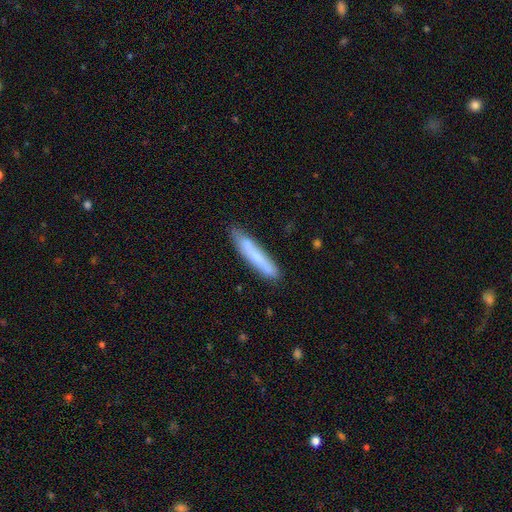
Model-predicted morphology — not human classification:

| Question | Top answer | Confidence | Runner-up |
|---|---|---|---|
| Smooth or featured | smooth | 68% | featured or disk (26%) |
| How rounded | cigar-shaped | 92% | in between (6%) |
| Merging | none | 80% | minor disturbance (14%) |